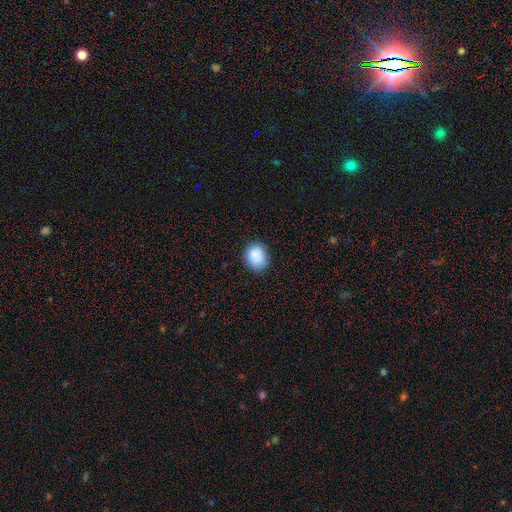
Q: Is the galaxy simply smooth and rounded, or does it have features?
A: smooth — 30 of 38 (79%).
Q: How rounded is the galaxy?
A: in between — 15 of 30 (50%).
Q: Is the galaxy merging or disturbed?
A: none — 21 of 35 (60%).